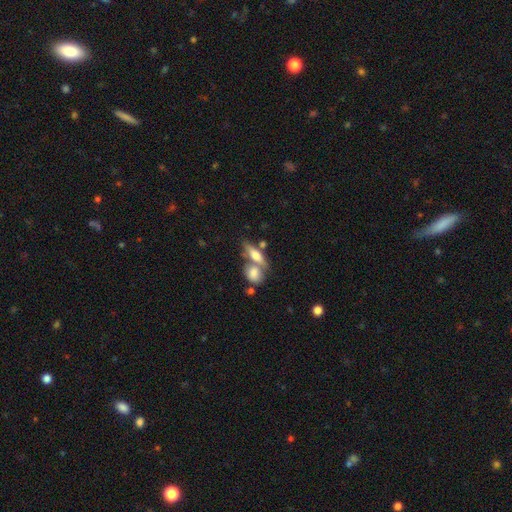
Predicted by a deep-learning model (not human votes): Q: Smooth or featured?
A: smooth (58%); runner-up: featured or disk (34%)
Q: How rounded?
A: in between (45%); tied with: cigar-shaped (45%)
Q: Merging?
A: none (47%); runner-up: merger (38%)